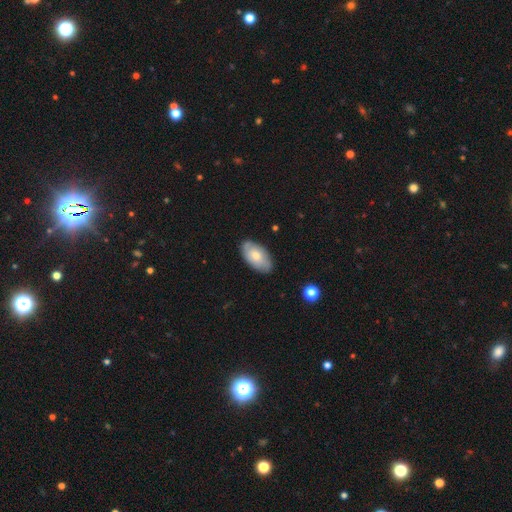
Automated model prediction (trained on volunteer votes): smooth 67%, featured or disk 27%, star or artifact 6%. Down the decision tree: how rounded — in between (94%); merging — none (81%).